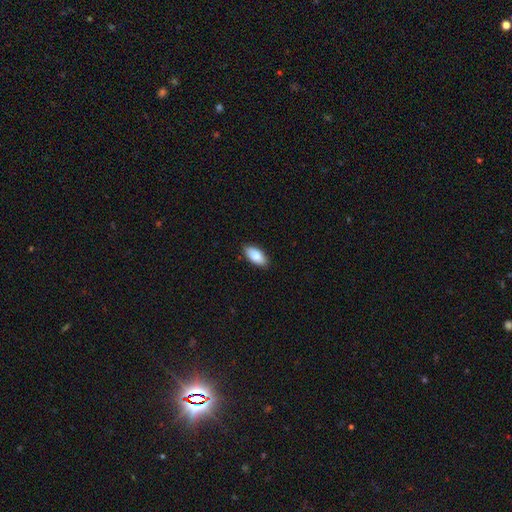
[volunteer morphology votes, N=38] Smooth or featured?
  - smooth: 100% *
  - featured or disk: 0%
  - star or artifact: 0%
How rounded?
  - in between: 95% *
  - cigar-shaped: 5%
  - round: 0%
Merging?
  - none: 92% *
  - minor disturbance: 5%
  - major disturbance: 3%
  - merger: 0%